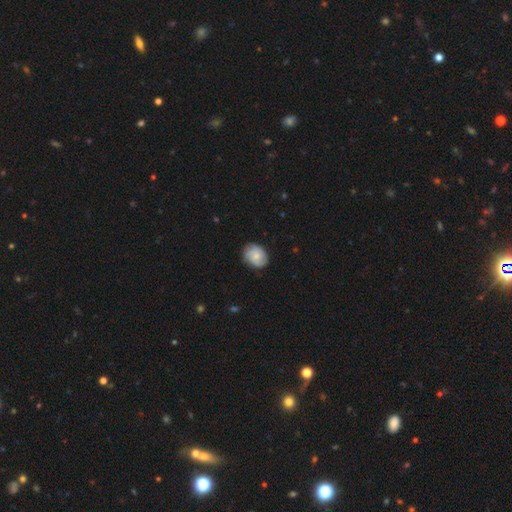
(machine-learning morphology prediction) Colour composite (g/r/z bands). It shows a smooth galaxy with no disk features (50%) that is round (50%). Merging: none (81%).